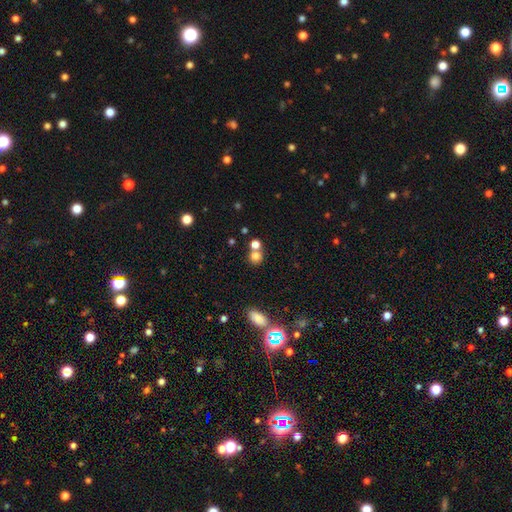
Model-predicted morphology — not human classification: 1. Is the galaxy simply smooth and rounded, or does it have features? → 75% smooth, 15% star or artifact, 9% featured or disk.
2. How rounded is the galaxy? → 81% round, 18% in between, 1% cigar-shaped.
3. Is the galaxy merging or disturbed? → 51% none, 38% merger, 8% minor disturbance, 4% major disturbance.